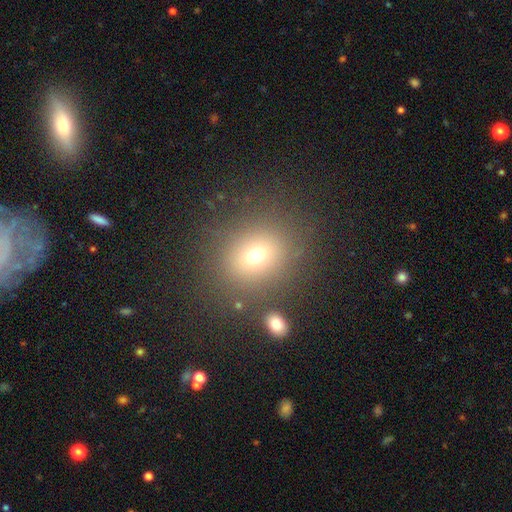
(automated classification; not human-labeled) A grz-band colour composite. It shows a smooth galaxy with no disk features (69%) that is round (67%). Merging: none (81%).